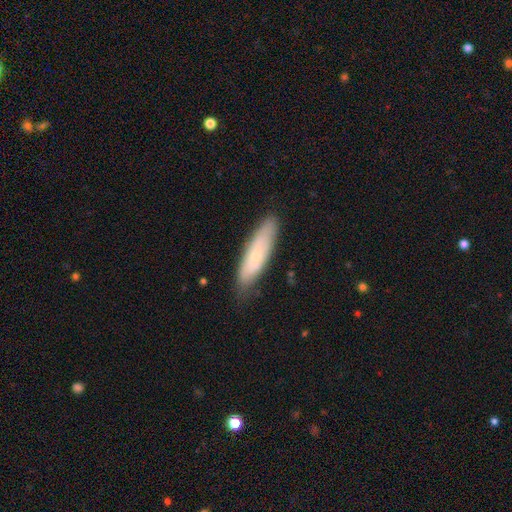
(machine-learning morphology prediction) smooth-or-featured: smooth: 59% | featured or disk: 34% | star or artifact: 7%
  how-rounded: cigar-shaped: 66% | in between: 33% | round: 2%
  merging: none: 79% | minor disturbance: 17% | major disturbance: 3% | merger: 1%